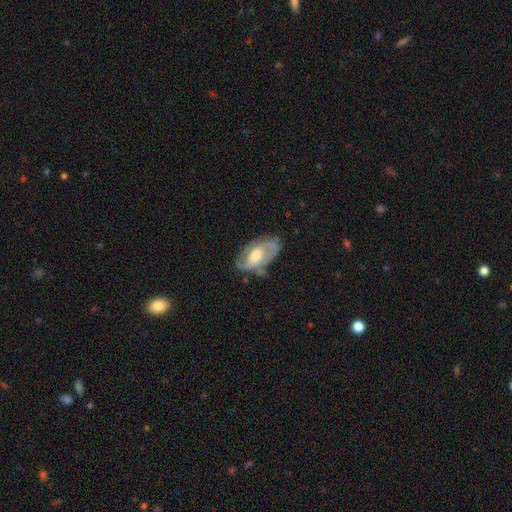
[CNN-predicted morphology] type=featured or disk (78%); edge-on=no (95%); bar=weak (43%); spiral arms=yes (86%); winding=medium (48%); arm count=2 (78%); bulge=moderate (62%); merging=none (64%).